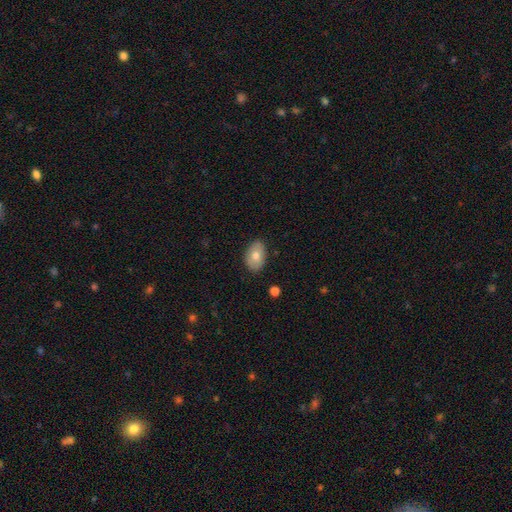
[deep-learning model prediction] Smooth or featured? smooth (74%)
How rounded? in between (86%)
Merging? none (85%)